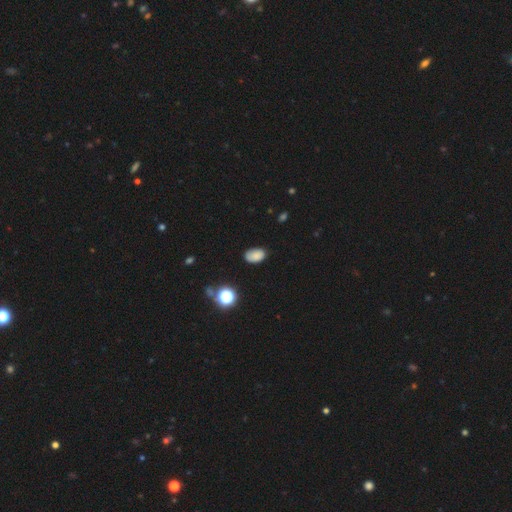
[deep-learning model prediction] A smooth galaxy with no disk features (82%) that is in between round and cigar-shaped (89%). Merging: none (76%).